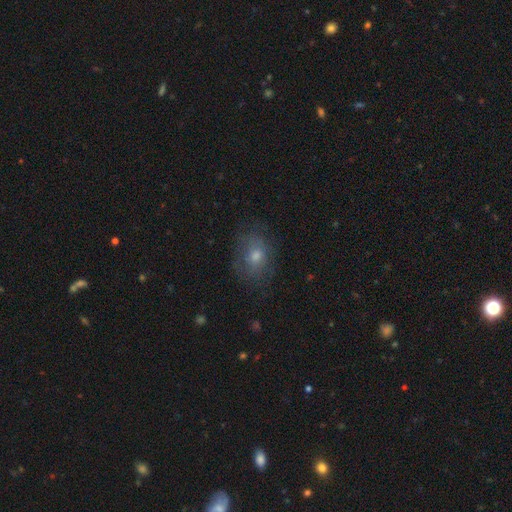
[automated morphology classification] A smooth galaxy with no disk features (57%) that is in between round and cigar-shaped (65%).

Vote fractions:
- Smooth or featured? smooth: 57% / featured or disk: 29% / star or artifact: 15%
- How rounded? in between: 65% / round: 34% / cigar-shaped: 1%
- Merging? none: 72% / minor disturbance: 18% / major disturbance: 9% / merger: 1%